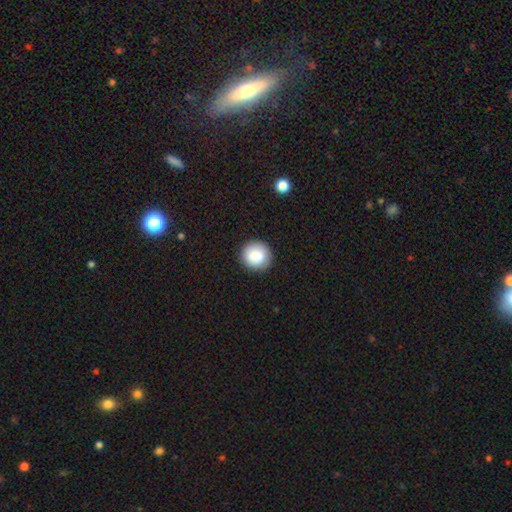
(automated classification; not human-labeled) Smooth or featured? Predicted: smooth (p=0.88). How rounded? Predicted: round (p=0.93). Merging? Predicted: none (p=0.90).